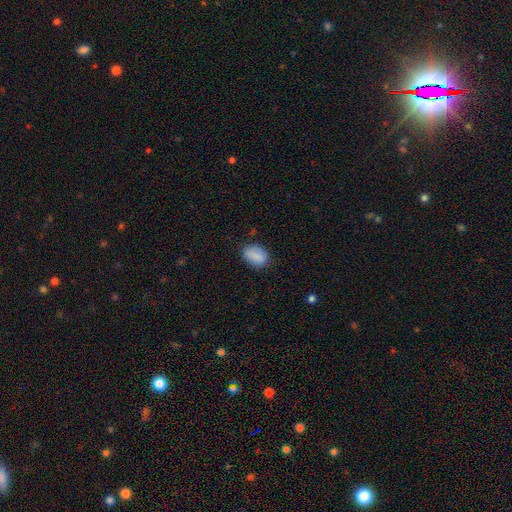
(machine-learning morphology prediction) A smooth galaxy with no disk features (87%) that is in between round and cigar-shaped (85%). Merging: none (78%).